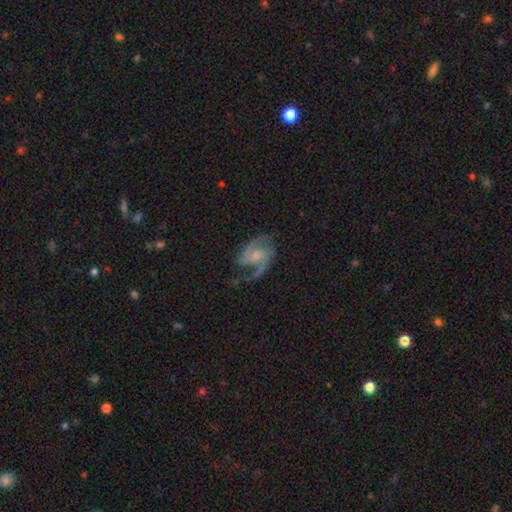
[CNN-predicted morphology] The model was most divided on "bulge size": small: 40%, moderate: 29%, none: 25%, large: 5%, dominant: 1%. More confident: edge-on disk — no (98%); spiral arms — yes (97%); smooth or featured — featured or disk (87%); spiral arm count — 2 (79%); merging — none (61%); bar — no (56%); spiral winding — medium (53%).